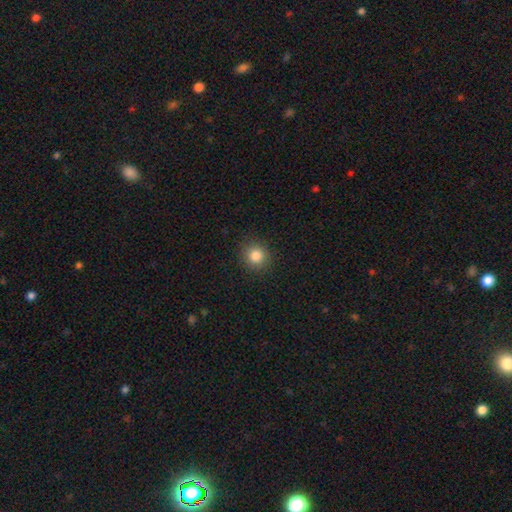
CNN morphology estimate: type=smooth (83%); roundness=round (89%); merging=none (90%).